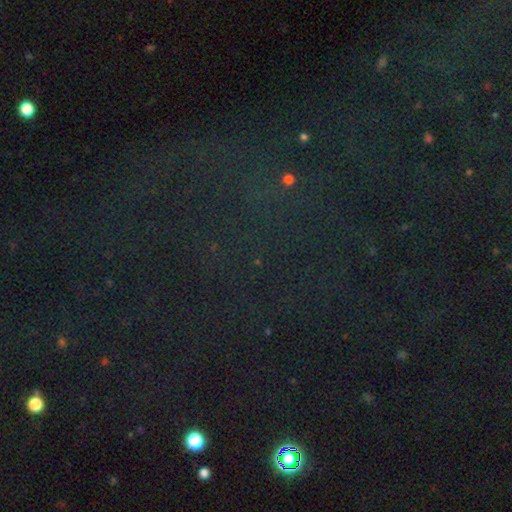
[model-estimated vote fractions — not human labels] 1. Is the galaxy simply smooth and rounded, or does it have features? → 78% star or artifact, 13% smooth, 9% featured or disk.